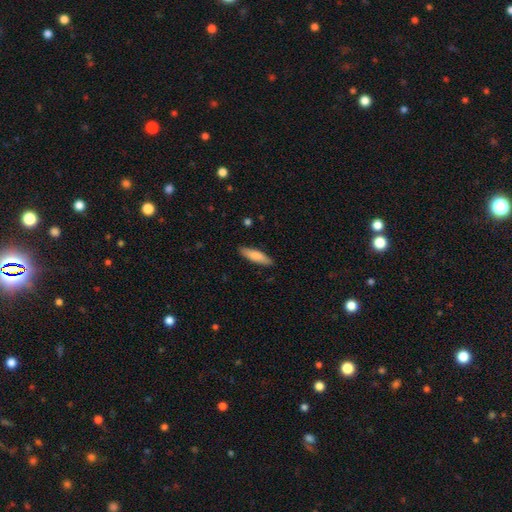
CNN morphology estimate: A smooth galaxy with no disk features (81%) that is cigar-shaped (64%).

Vote fractions:
- Smooth or featured? smooth: 81% / featured or disk: 14% / star or artifact: 5%
- How rounded? cigar-shaped: 64% / in between: 34% / round: 2%
- Merging? none: 88% / minor disturbance: 9% / major disturbance: 2% / merger: 1%